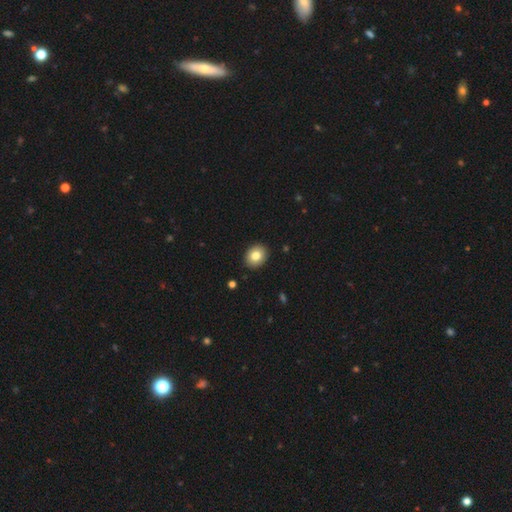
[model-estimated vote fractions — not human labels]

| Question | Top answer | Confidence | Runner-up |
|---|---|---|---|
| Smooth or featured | smooth | 81% | featured or disk (10%) |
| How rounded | round | 58% | in between (41%) |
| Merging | none | 90% | minor disturbance (7%) |